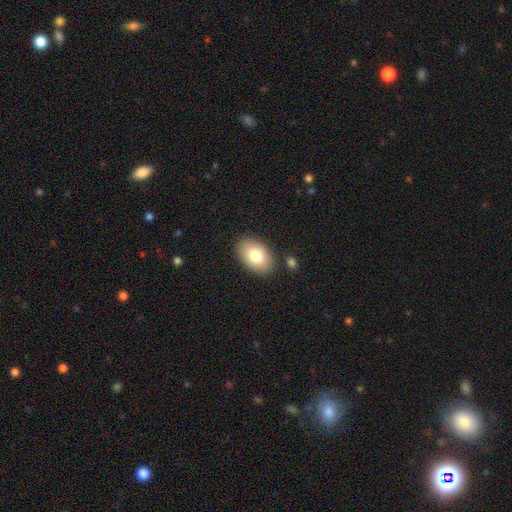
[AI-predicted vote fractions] Q: Smooth or featured?
A: smooth (80%); runner-up: featured or disk (13%)
Q: How rounded?
A: in between (90%); runner-up: round (9%)
Q: Merging?
A: none (86%); runner-up: minor disturbance (10%)